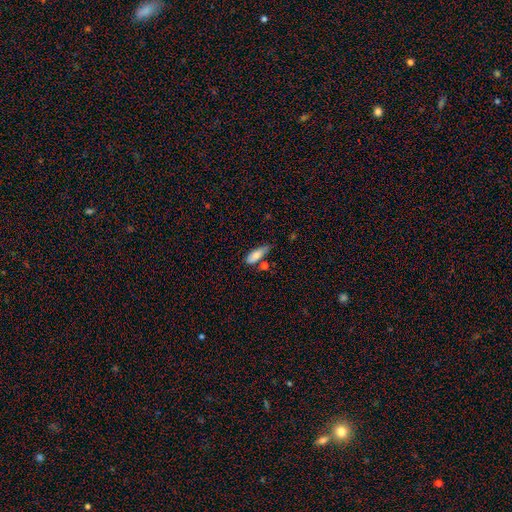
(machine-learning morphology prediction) Smooth or featured: smooth — 77% (featured or disk — 16%)
How rounded: in between — 64% (cigar-shaped — 34%)
Merging: none — 54% (minor disturbance — 27%)